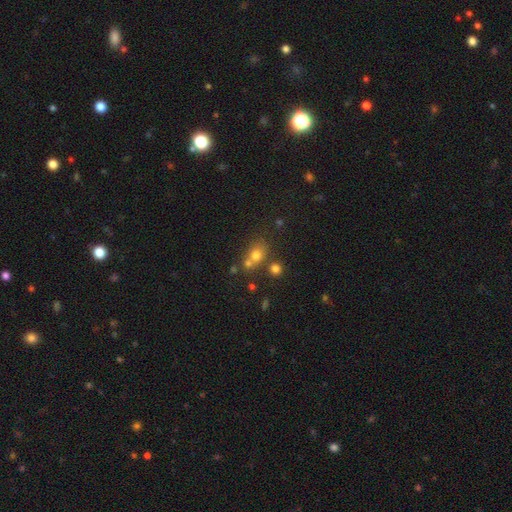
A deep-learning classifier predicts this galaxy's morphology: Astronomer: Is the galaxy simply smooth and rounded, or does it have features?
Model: smooth — 65%.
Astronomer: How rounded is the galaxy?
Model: round — 70%.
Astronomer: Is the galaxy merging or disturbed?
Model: none — 51% (runner-up: merger, 36%).